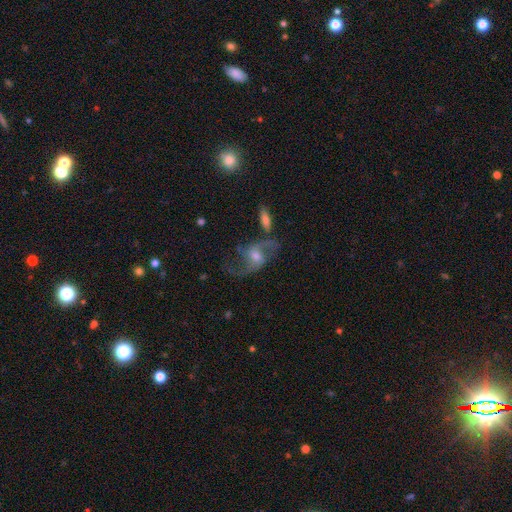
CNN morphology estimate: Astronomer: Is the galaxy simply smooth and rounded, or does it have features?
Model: featured or disk — 81%.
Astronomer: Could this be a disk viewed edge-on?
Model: no — 95%.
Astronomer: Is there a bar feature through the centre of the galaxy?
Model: no — 49% (runner-up: weak, 39%).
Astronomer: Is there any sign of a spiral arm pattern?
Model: yes — 92%.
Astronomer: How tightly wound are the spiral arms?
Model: loose — 69%.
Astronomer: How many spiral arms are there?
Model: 2 — 86%.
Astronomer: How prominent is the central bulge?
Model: moderate — 52% (runner-up: small, 38%).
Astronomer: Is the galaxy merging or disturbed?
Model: none — 55%.